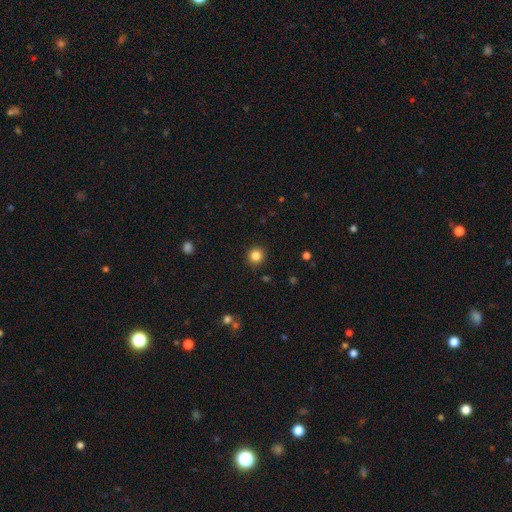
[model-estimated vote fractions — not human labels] A smooth galaxy with no disk features (84%) that is round (93%).

Vote fractions:
- Smooth or featured? smooth: 84% / star or artifact: 12% / featured or disk: 4%
- How rounded? round: 93% / in between: 6% / cigar-shaped: 1%
- Merging? none: 91% / minor disturbance: 6% / major disturbance: 2% / merger: 1%